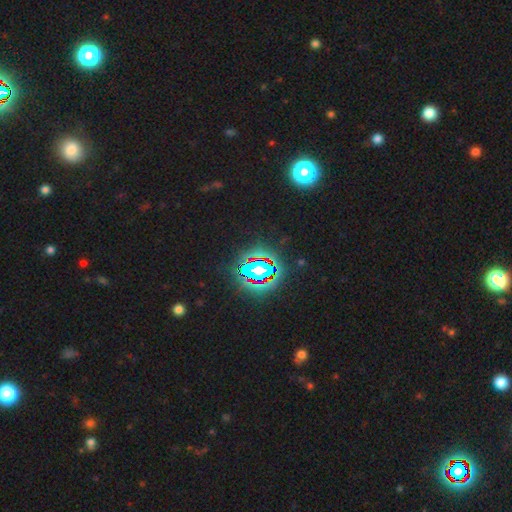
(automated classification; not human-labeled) A star or artifact, not a galaxy (78%).

Vote fractions:
- Smooth or featured? star or artifact: 78% / smooth: 13% / featured or disk: 9%